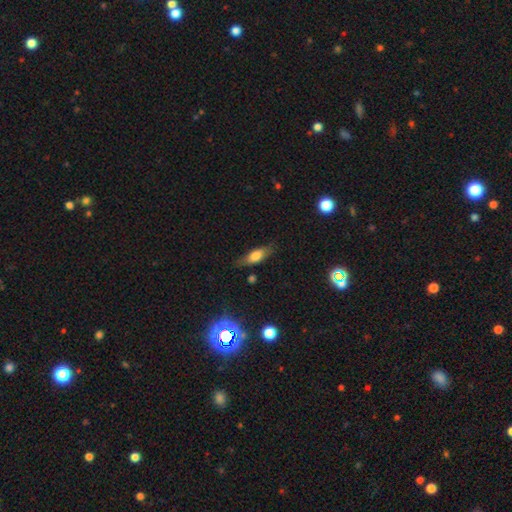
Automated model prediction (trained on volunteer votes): smooth-or-featured: smooth: 65% | featured or disk: 26% | star or artifact: 9%
  how-rounded: in between: 65% | cigar-shaped: 31% | round: 4%
  merging: none: 75% | minor disturbance: 18% | major disturbance: 5% | merger: 2%